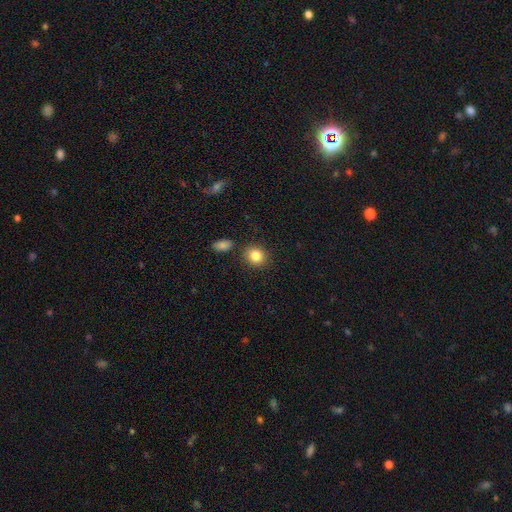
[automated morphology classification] Q: Smooth or featured?
A: smooth (85%); runner-up: star or artifact (9%)
Q: How rounded?
A: round (70%); runner-up: in between (29%)
Q: Merging?
A: none (84%); runner-up: minor disturbance (9%)